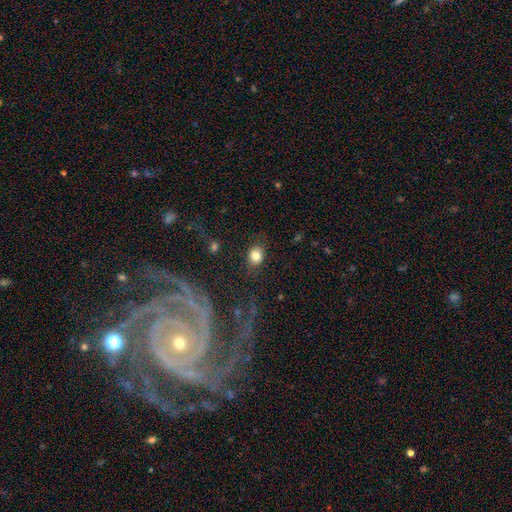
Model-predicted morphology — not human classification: smooth 82%, star or artifact 10%, featured or disk 8%. Down the decision tree: how rounded — round (62%); merging — none (82%).